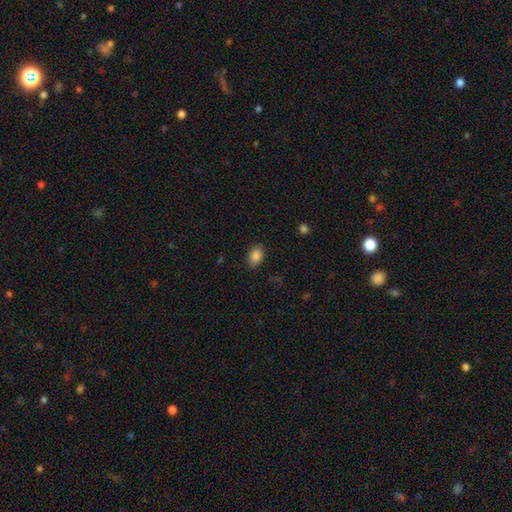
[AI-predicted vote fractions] Smooth or featured? Predicted: smooth (p=0.86). How rounded? Predicted: in between (p=0.85). Merging? Predicted: none (p=0.86).